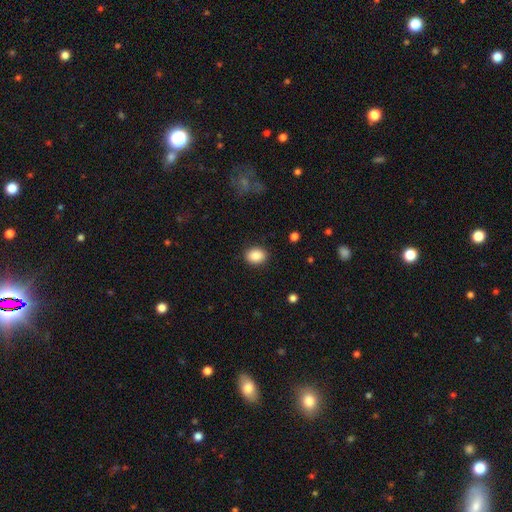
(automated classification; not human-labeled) Q: Smooth or featured?
A: smooth (88%); runner-up: star or artifact (8%)
Q: How rounded?
A: in between (59%); runner-up: round (40%)
Q: Merging?
A: none (88%); runner-up: minor disturbance (8%)